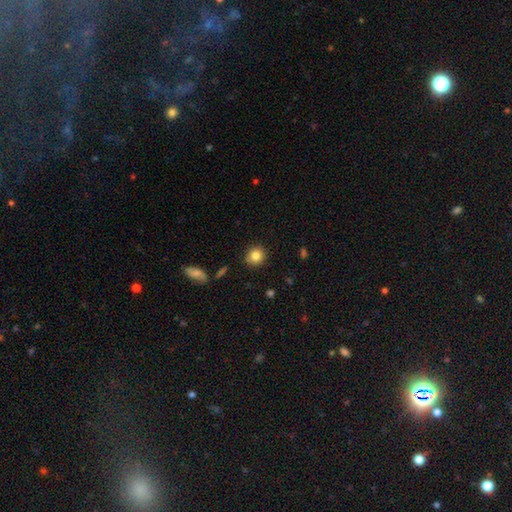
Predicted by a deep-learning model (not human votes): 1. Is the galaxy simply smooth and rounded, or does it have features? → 83% smooth, 10% star or artifact, 7% featured or disk.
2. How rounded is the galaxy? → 87% round, 12% in between, 1% cigar-shaped.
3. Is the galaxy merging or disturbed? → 87% none, 9% minor disturbance, 2% major disturbance, 2% merger.